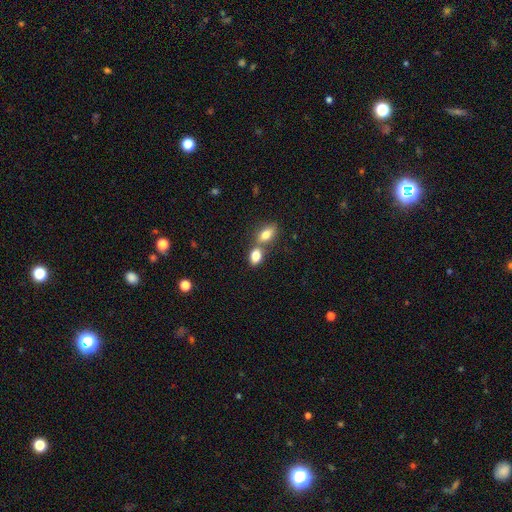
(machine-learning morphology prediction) Smooth or featured?
  - smooth: 82% *
  - featured or disk: 9%
  - star or artifact: 8%
How rounded?
  - in between: 82% *
  - round: 15%
  - cigar-shaped: 3%
Merging?
  - merger: 51% *
  - none: 37%
  - minor disturbance: 8%
  - major disturbance: 3%